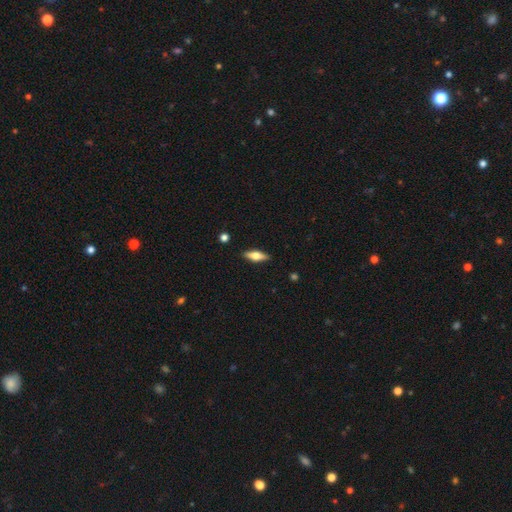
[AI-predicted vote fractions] Overall: smooth (52%; featured or disk 41%). How rounded: in between (56%; cigar-shaped 41%). Merging: none (89%).